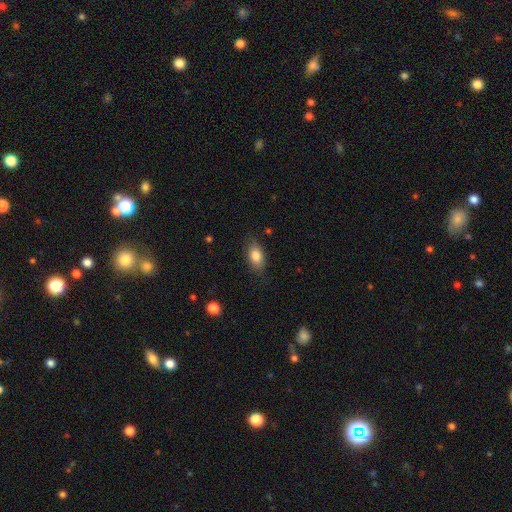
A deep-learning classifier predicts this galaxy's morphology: Smooth or featured: smooth — 83% (featured or disk — 10%)
How rounded: in between — 87% (round — 9%)
Merging: none — 77% (minor disturbance — 17%)